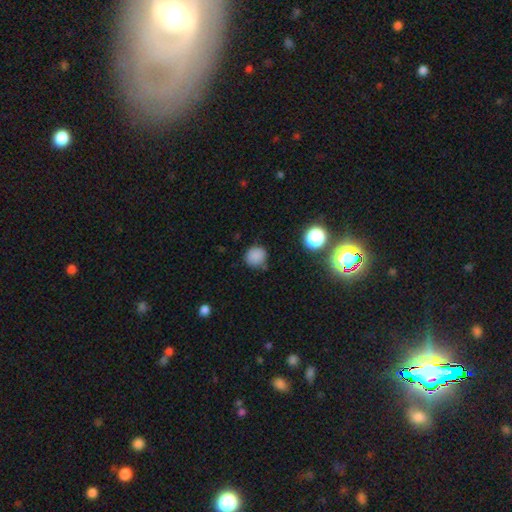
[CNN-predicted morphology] smooth-or-featured: smooth: 81% | star or artifact: 14% | featured or disk: 5%
  how-rounded: round: 89% | in between: 10% | cigar-shaped: 1%
  merging: none: 77% | minor disturbance: 17% | major disturbance: 4% | merger: 3%